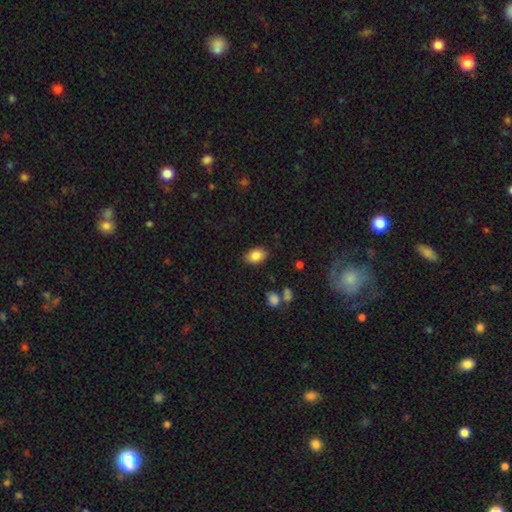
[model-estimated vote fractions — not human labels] smooth_or_featured: smooth (p=0.86) [alt: star or artifact p=0.08]
how_rounded: in between (p=0.86) [alt: round p=0.12]
merging: none (p=0.84) [alt: minor disturbance p=0.11]